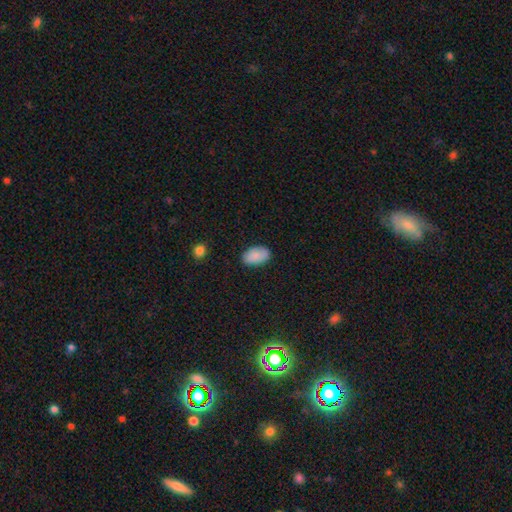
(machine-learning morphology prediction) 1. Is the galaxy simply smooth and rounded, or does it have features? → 89% smooth, 7% star or artifact, 5% featured or disk.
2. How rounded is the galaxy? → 94% in between, 5% round, 1% cigar-shaped.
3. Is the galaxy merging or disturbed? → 85% none, 11% minor disturbance, 2% major disturbance, 1% merger.